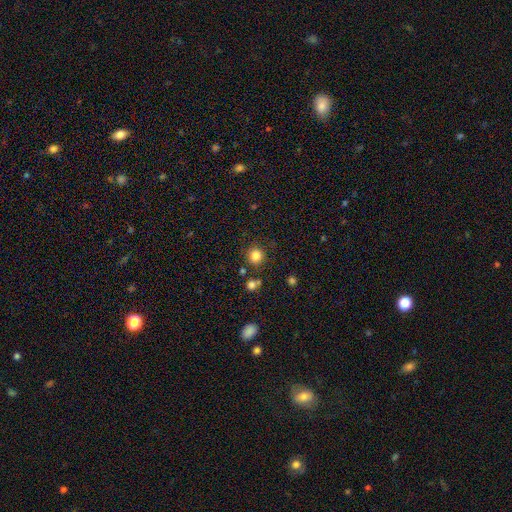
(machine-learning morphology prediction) smooth_or_featured: smooth (p=0.83) [alt: star or artifact p=0.12]
how_rounded: round (p=0.92) [alt: in between p=0.07]
merging: none (p=0.83) [alt: minor disturbance p=0.08]